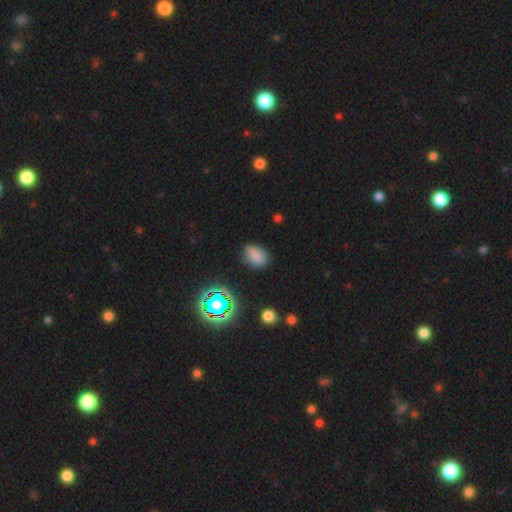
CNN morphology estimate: Smooth or featured: smooth — 75% (star or artifact — 18%)
How rounded: in between — 78% (round — 20%)
Merging: none — 74% (minor disturbance — 19%)